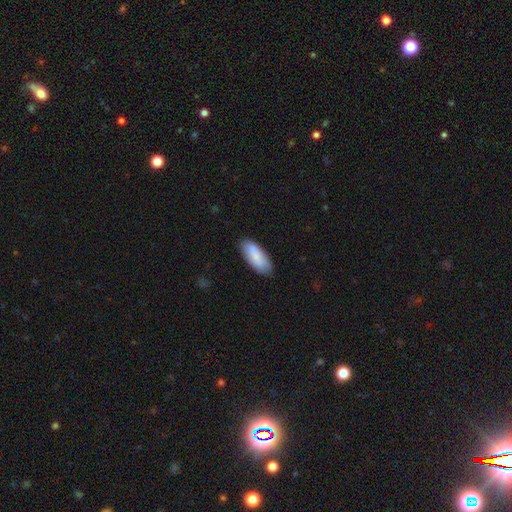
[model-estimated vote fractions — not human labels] Smooth or featured? smooth (82%)
How rounded? in between (82%)
Merging? none (83%)